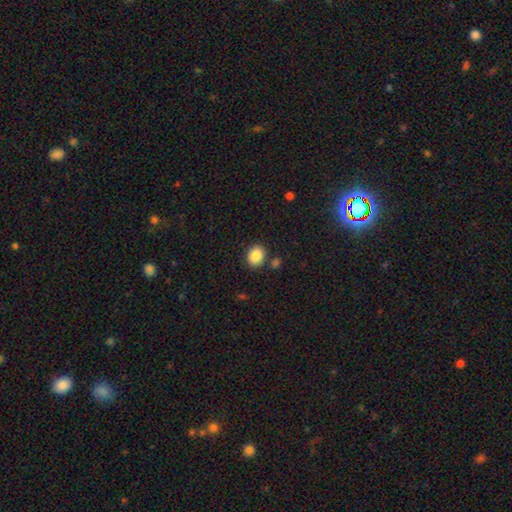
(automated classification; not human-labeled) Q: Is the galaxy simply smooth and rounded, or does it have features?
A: smooth — 87%.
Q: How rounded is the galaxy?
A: in between — 50%.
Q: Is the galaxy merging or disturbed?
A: none — 83%.